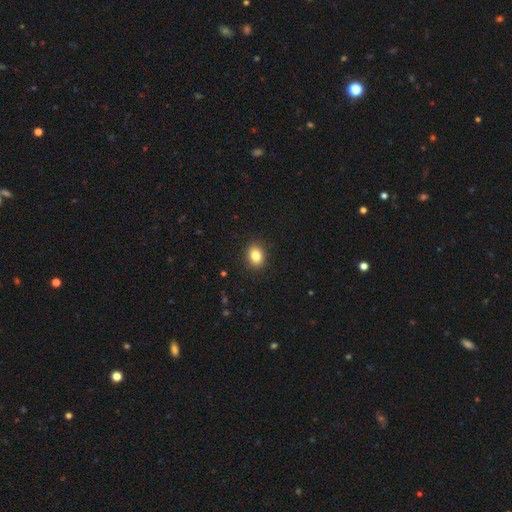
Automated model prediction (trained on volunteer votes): Overall: smooth (85%). How rounded: in between (58%; round 41%). Merging: none (90%).